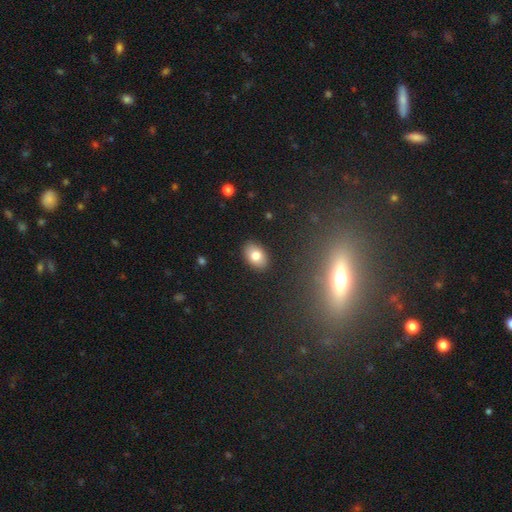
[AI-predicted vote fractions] The model was most divided on "smooth or featured": smooth: 80%, featured or disk: 11%, star or artifact: 9%. More confident: merging — none (89%); how rounded — in between (84%).